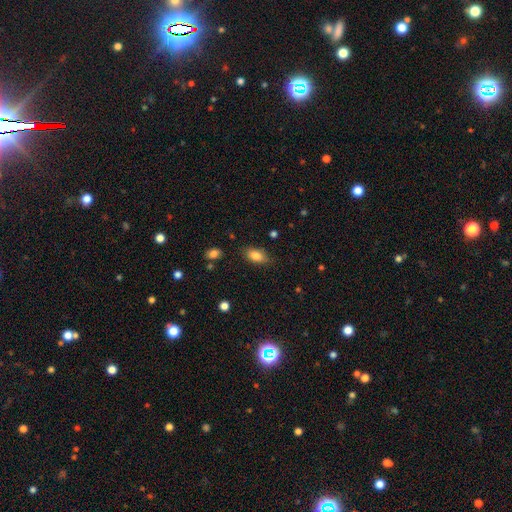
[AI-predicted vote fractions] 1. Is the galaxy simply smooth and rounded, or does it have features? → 84% smooth, 8% star or artifact, 8% featured or disk.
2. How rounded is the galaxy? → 89% in between, 6% cigar-shaped, 5% round.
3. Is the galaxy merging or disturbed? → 82% none, 13% minor disturbance, 3% major disturbance, 2% merger.